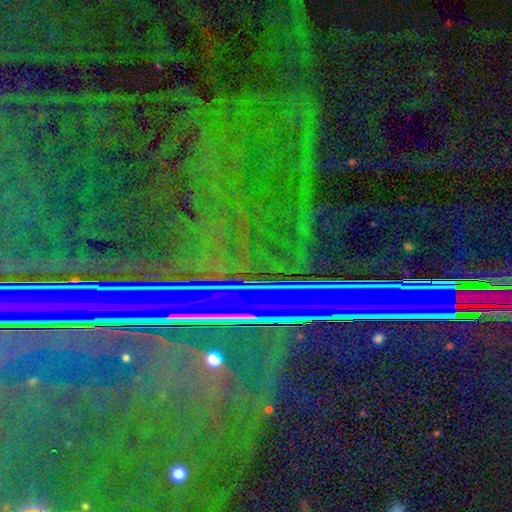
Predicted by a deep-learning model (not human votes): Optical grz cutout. It shows a star or artifact, not a galaxy (86%).